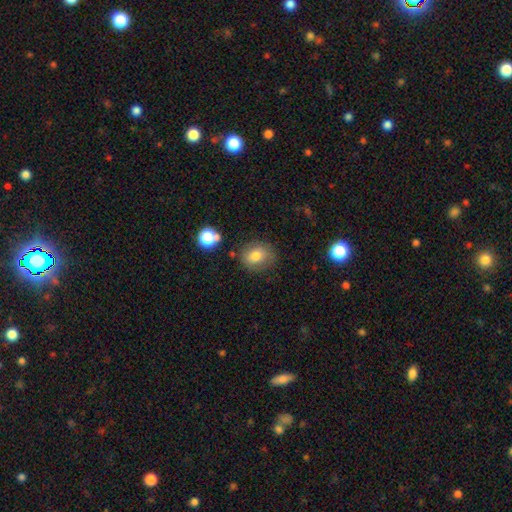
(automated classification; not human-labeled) Smooth or featured: smooth — 77% (star or artifact — 12%)
How rounded: round — 56% (in between — 43%)
Merging: none — 75% (minor disturbance — 17%)